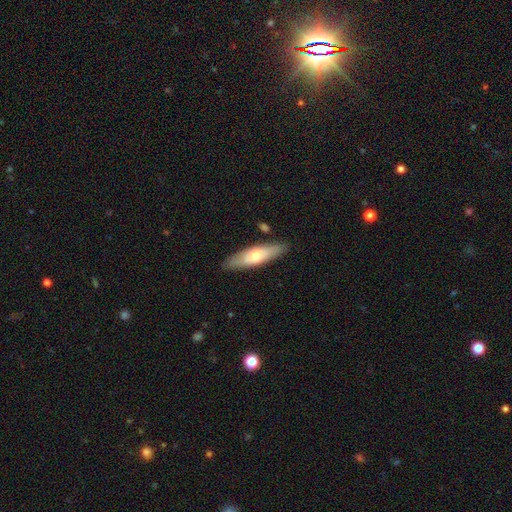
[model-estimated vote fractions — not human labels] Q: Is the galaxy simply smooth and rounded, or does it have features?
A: smooth — 52%.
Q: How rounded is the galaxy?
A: cigar-shaped — 57%.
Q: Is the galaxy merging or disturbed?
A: none — 83%.